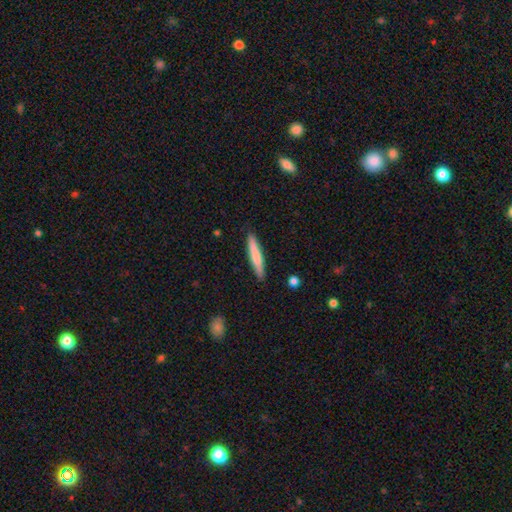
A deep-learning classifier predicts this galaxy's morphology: Smooth or featured? smooth (70%)
How rounded? cigar-shaped (93%)
Merging? none (89%)